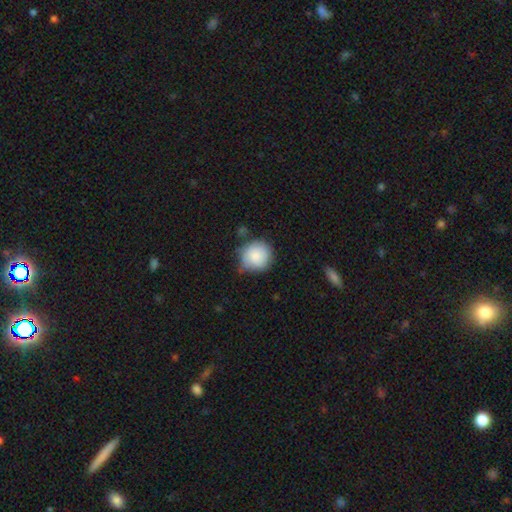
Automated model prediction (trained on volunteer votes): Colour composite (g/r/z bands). It shows a smooth galaxy with no disk features (82%) that is round (88%). Merging: none (60%).